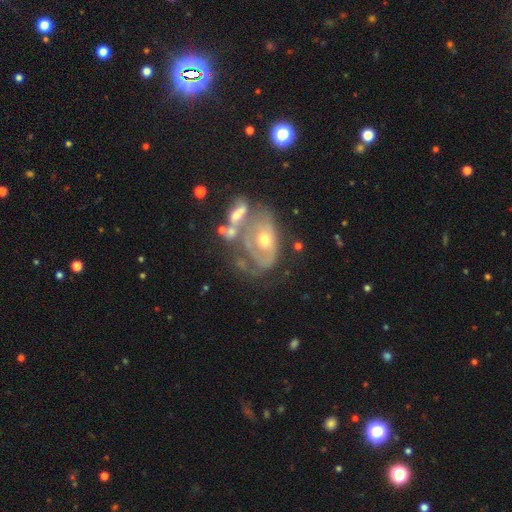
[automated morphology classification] Smooth or featured: featured or disk — 74% (smooth — 13%)
Edge-on disk: no — 95% (yes — 5%)
Bar: no — 69% (weak — 23%)
Spiral arms: yes — 71% (no — 29%)
Spiral winding: tight — 57% (medium — 30%)
Spiral arm count: can't tell — 45% (2 — 31%)
Bulge size: moderate — 49% (small — 45%)
Merging: merger — 35% (none — 33%)